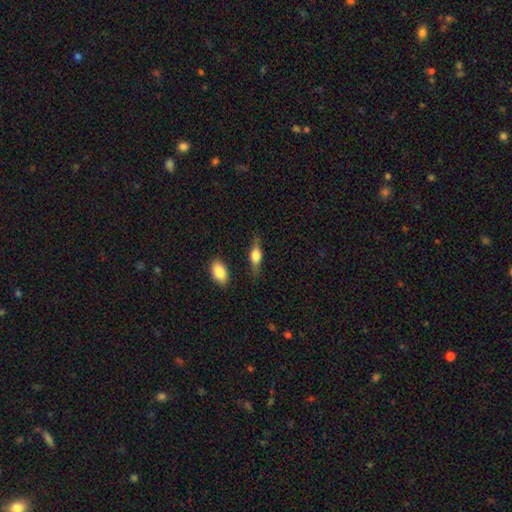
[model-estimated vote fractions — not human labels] Morphology: type=smooth (51%); roundness=in between (57%); merging=none (77%).